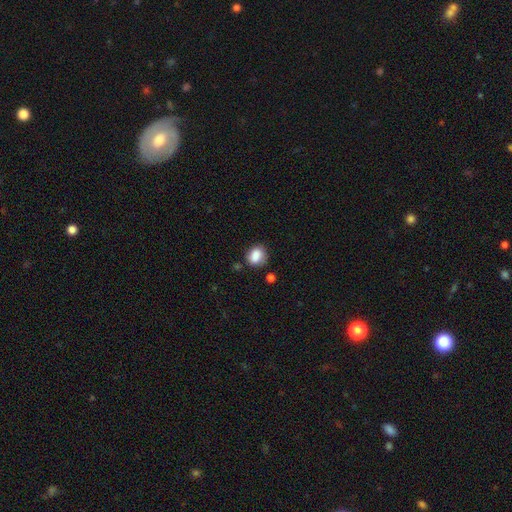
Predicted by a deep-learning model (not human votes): A smooth galaxy with no disk features (84%) that is round (51%). Merging: none (65%).